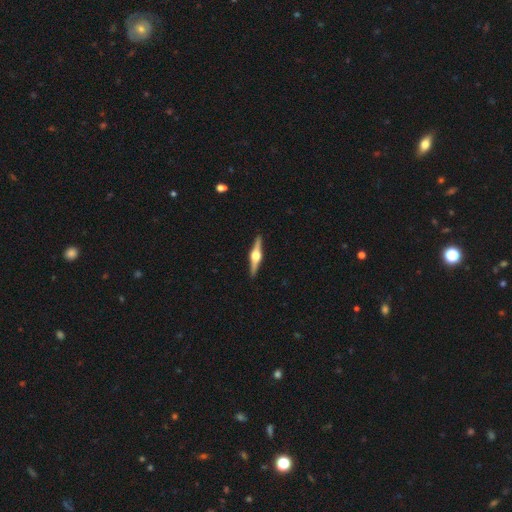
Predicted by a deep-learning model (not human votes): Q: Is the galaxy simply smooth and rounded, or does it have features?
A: featured or disk — 82%.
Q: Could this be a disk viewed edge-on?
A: yes — 98%.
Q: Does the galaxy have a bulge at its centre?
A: rounded — 95%.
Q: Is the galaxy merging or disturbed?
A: none — 92%.